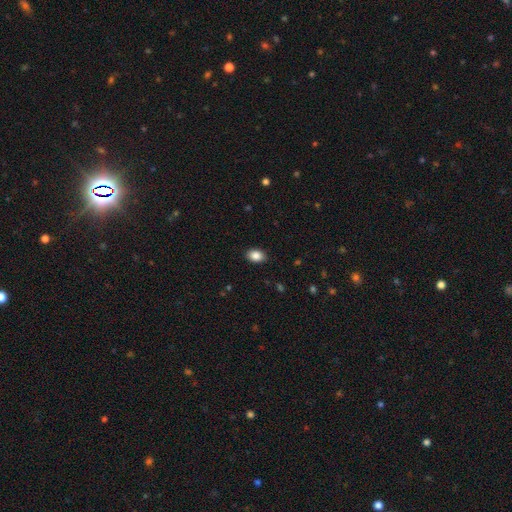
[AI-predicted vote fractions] A smooth galaxy with no disk features (88%) that is in between round and cigar-shaped (79%). Merging: none (88%).